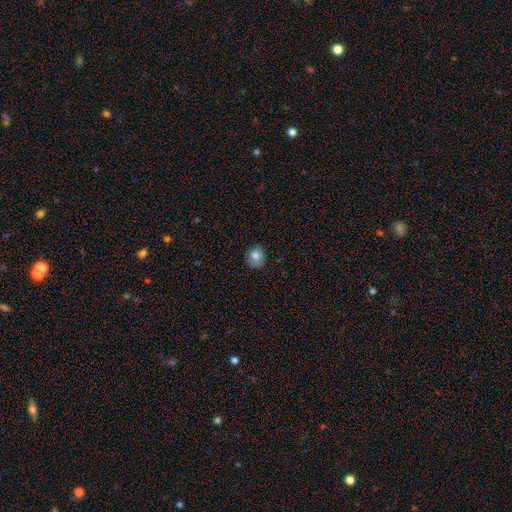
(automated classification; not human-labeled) This is likely a smooth galaxy (79%). How rounded: likely round (77%). Merging: likely none (75%).